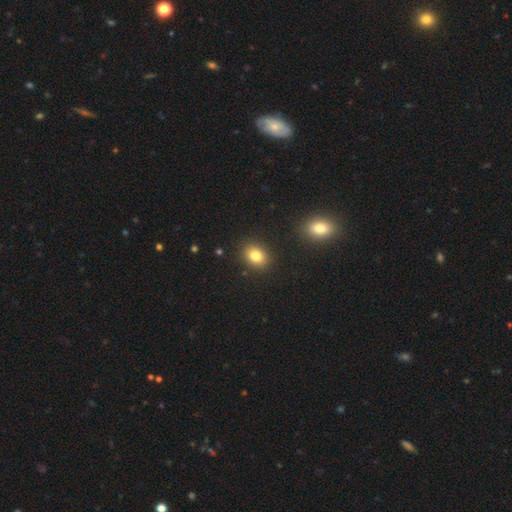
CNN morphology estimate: Overall: smooth (80%). How rounded: round (51%; in between 48%). Merging: none (89%).